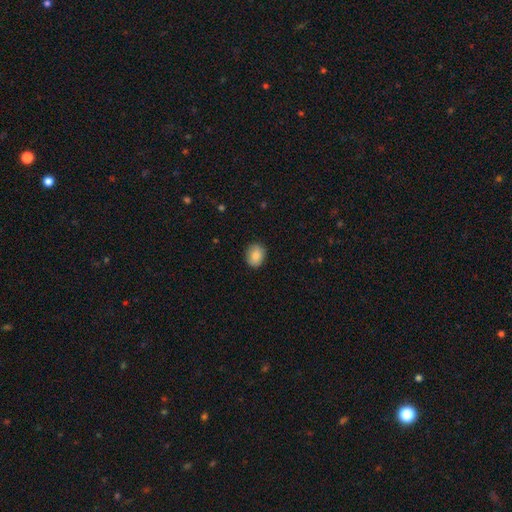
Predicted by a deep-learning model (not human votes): Q: Smooth or featured?
A: smooth (87%); runner-up: star or artifact (8%)
Q: How rounded?
A: in between (51%); runner-up: round (48%)
Q: Merging?
A: none (86%); runner-up: minor disturbance (11%)